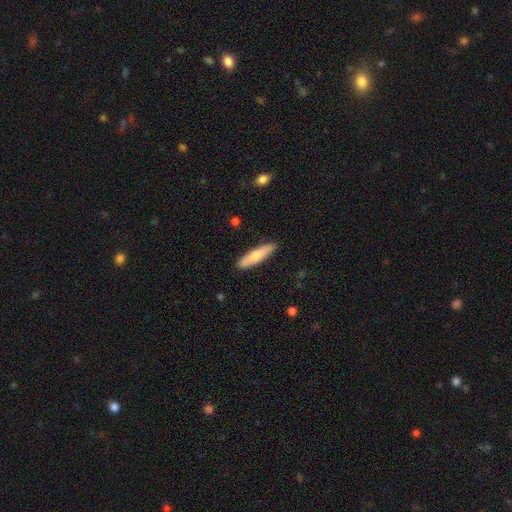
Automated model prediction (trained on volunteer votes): This is likely a smooth galaxy (72%). How rounded: likely cigar-shaped (76%). Merging: clearly none (88%).